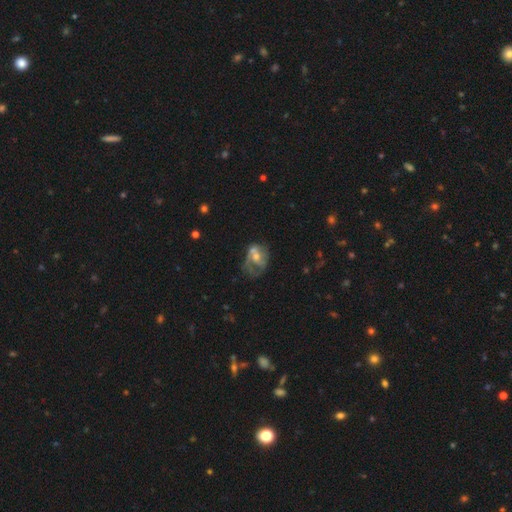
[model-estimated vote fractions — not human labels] featured or disk 58%, smooth 32%, star or artifact 9%. Down the decision tree: edge-on disk — no (97%); bar — no (70%); spiral arms — no (56%); bulge size — moderate (50%); merging — major disturbance (31%).